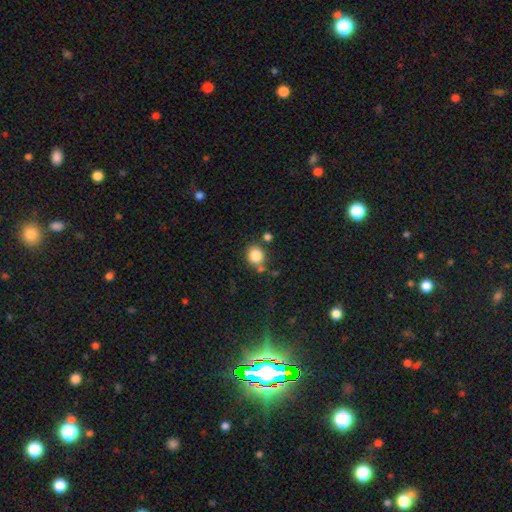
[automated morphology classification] type=smooth (84%); roundness=round (82%); merging=none (68%).